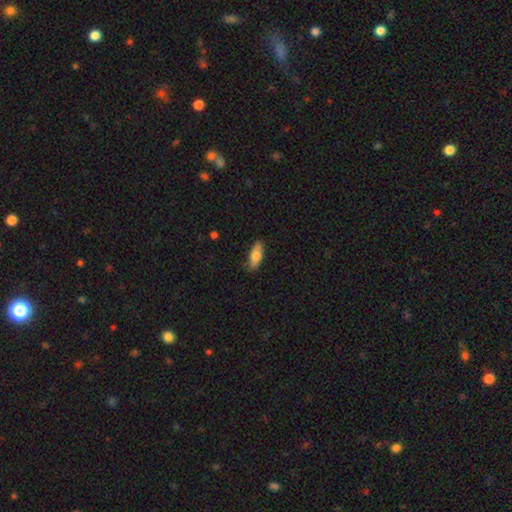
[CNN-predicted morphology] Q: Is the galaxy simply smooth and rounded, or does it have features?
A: smooth — 77%.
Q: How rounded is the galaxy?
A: in between — 76%.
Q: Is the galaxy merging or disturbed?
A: none — 84%.